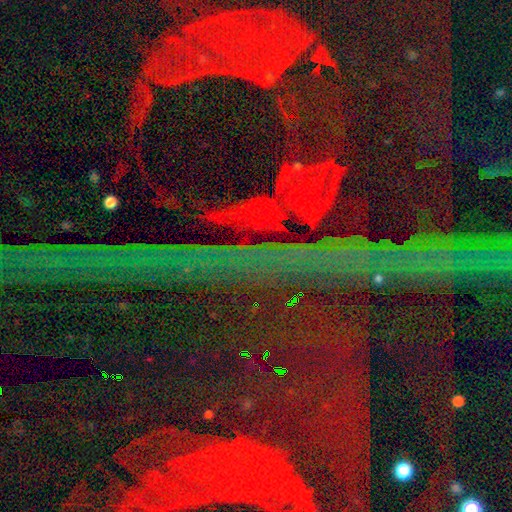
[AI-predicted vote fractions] Smooth or featured? star or artifact (85%)